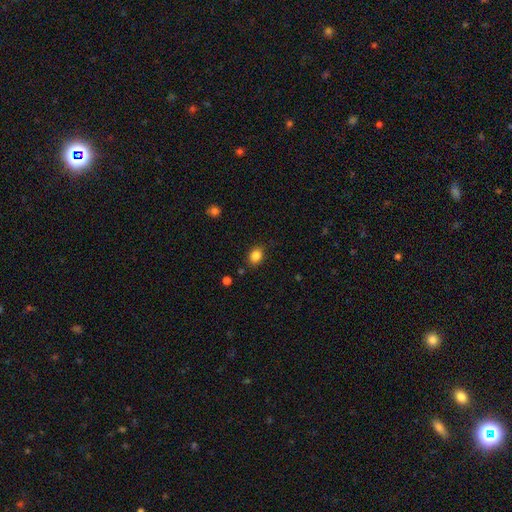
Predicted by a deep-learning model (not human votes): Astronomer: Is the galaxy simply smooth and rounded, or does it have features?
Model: smooth — 85%.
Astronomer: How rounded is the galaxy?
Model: in between — 54% (runner-up: round, 45%).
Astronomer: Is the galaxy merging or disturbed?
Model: none — 82%.